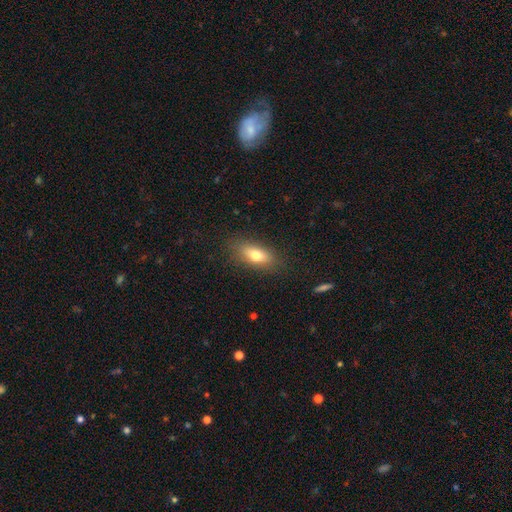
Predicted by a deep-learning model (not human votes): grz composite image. It shows a smooth galaxy with no disk features (74%) that is in between round and cigar-shaped (77%). Merging: none (83%).